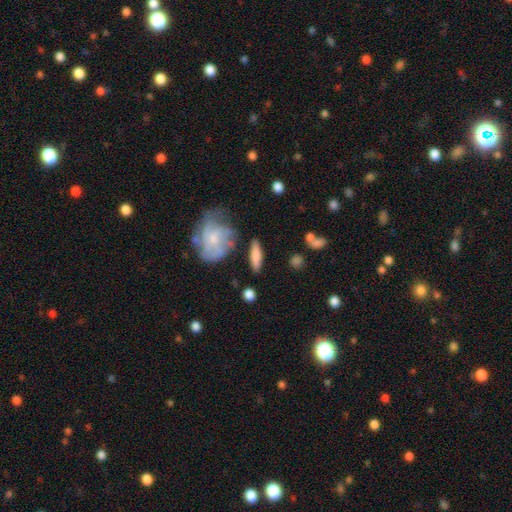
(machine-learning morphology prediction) Smooth or featured? smooth (68%)
How rounded? cigar-shaped (62%)
Merging? none (75%)